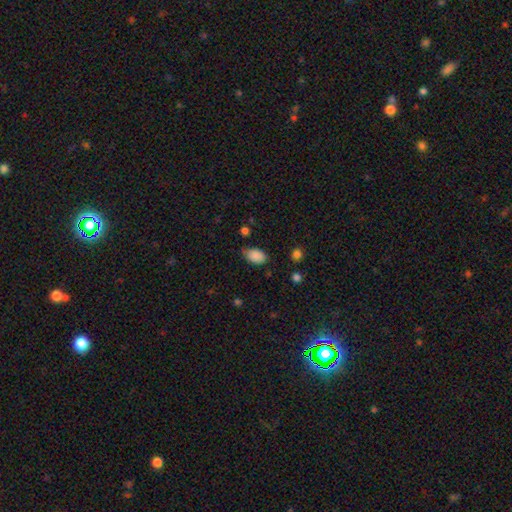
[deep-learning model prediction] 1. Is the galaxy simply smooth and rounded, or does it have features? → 87% smooth, 8% star or artifact, 5% featured or disk.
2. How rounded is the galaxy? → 90% in between, 9% round, 1% cigar-shaped.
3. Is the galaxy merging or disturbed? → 64% none, 29% minor disturbance, 5% major disturbance, 2% merger.